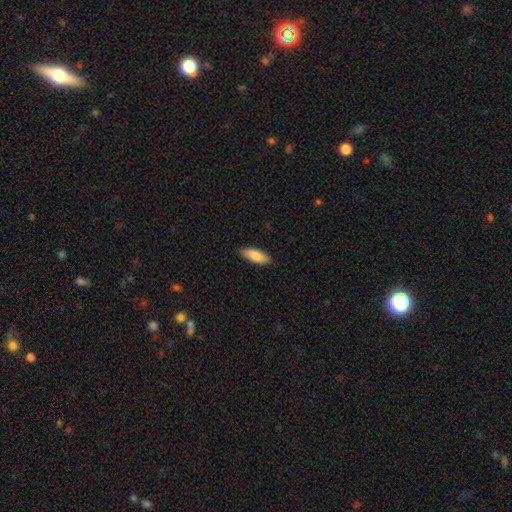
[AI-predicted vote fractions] Smooth or featured? smooth (86%)
How rounded? in between (66%)
Merging? none (87%)